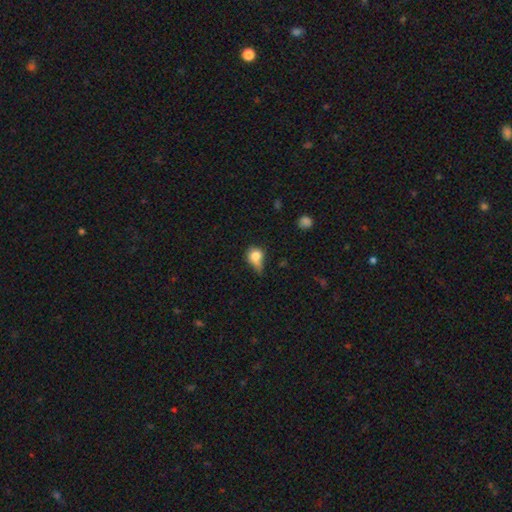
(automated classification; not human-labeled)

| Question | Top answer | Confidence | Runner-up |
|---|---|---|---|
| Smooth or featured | smooth | 77% | featured or disk (13%) |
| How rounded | round | 57% | in between (40%) |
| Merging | minor disturbance | 38% | none (29%) |